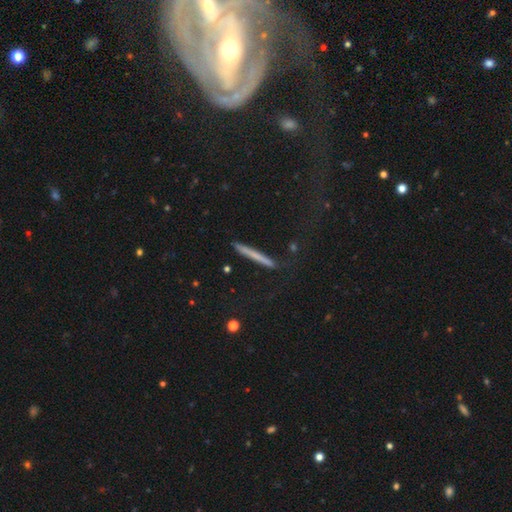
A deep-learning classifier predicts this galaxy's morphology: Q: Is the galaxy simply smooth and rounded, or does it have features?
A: smooth — 61%.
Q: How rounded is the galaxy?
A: cigar-shaped — 96%.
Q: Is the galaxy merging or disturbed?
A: none — 86%.